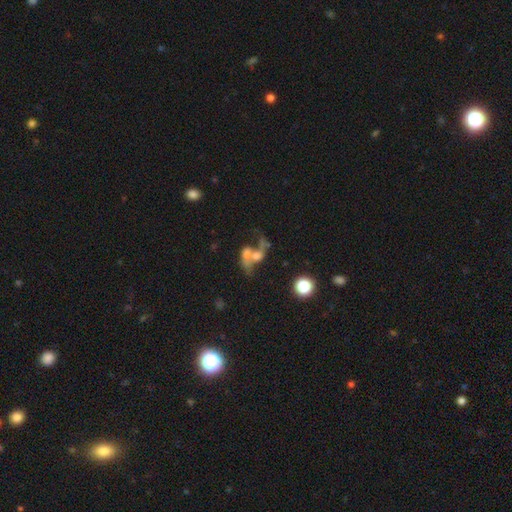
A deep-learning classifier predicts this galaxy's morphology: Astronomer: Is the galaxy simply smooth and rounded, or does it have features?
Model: featured or disk — 50% (runner-up: smooth, 34%).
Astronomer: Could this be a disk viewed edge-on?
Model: no — 94%.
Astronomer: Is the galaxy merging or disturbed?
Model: merger — 60%.